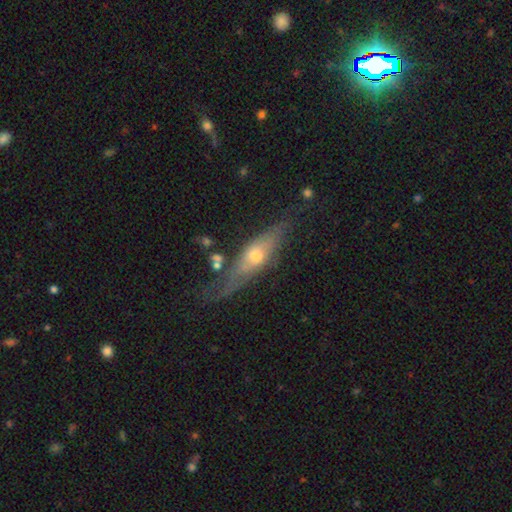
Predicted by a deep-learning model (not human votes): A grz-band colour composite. It shows a featured or disk galaxy (57%) viewed edge-on (67%). Merging: none (59%).